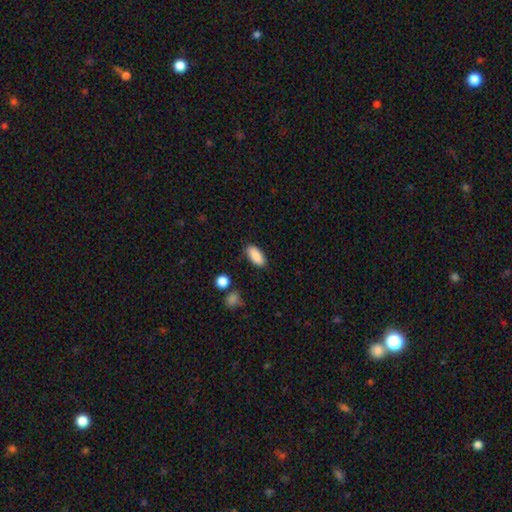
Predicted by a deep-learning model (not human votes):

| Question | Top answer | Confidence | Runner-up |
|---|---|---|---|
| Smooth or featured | smooth | 89% | star or artifact (7%) |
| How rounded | in between | 86% | cigar-shaped (11%) |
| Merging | none | 86% | minor disturbance (10%) |